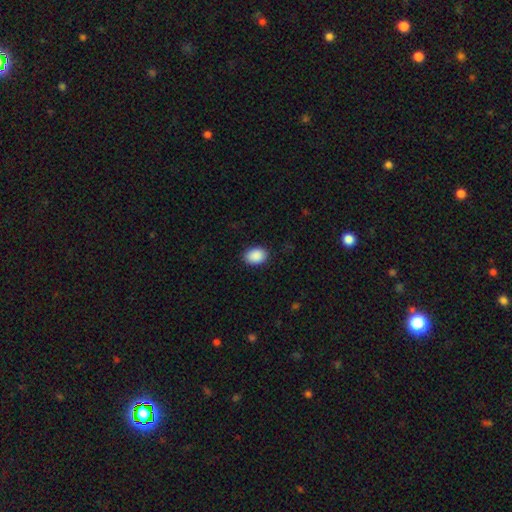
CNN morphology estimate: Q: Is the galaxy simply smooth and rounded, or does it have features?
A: smooth — 91%.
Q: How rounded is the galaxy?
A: in between — 75%.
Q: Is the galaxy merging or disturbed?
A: none — 89%.